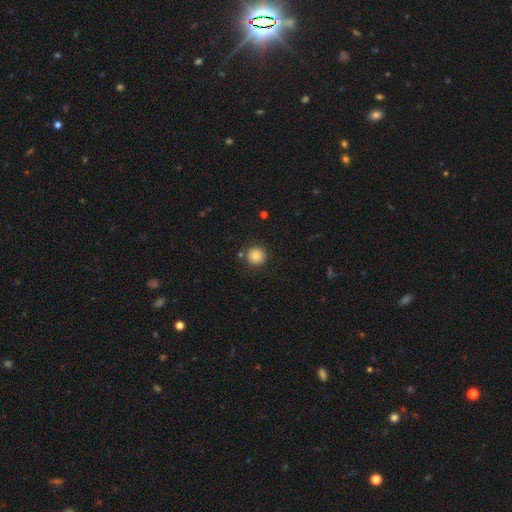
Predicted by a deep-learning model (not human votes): smooth 82%, star or artifact 11%, featured or disk 7%. Down the decision tree: how rounded — round (94%); merging — none (87%).